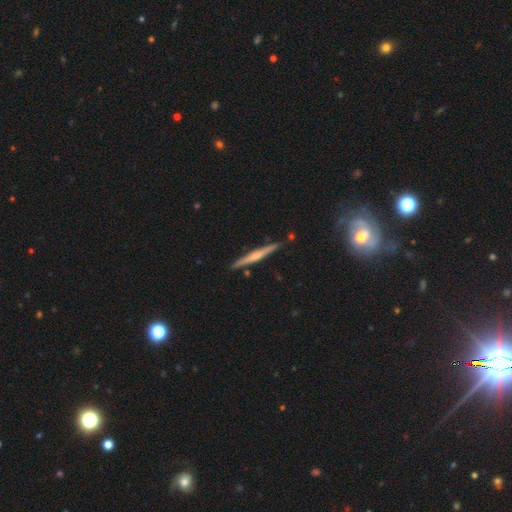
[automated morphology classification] smooth-or-featured: featured or disk: 65% | smooth: 30% | star or artifact: 5%
  disk-edge-on: yes: 98% | no: 2%
    edge-on-bulge: rounded: 60% | none: 27% | boxy: 13%
  merging: none: 88% | minor disturbance: 8% | merger: 2% | major disturbance: 1%